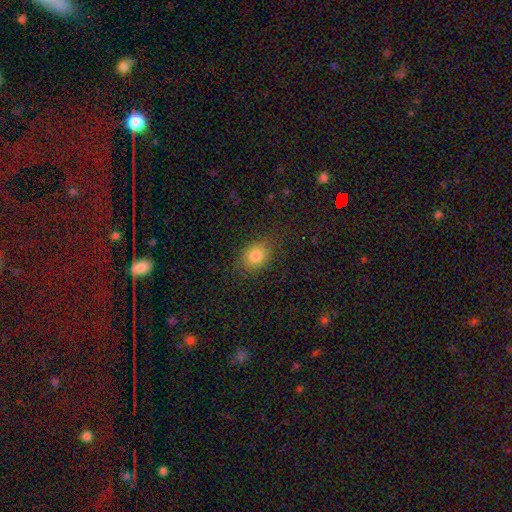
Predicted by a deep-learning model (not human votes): Overall: smooth (81%). How rounded: in between (57%; round 42%). Merging: none (80%).